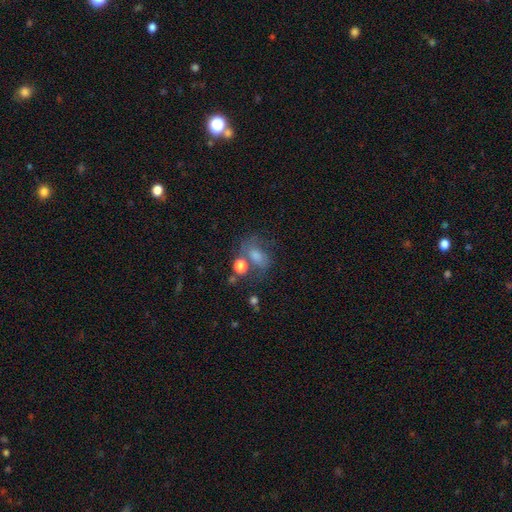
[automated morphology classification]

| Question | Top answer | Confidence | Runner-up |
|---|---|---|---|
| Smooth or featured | smooth | 48% | featured or disk (28%) |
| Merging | none | 48% | minor disturbance (19%) |